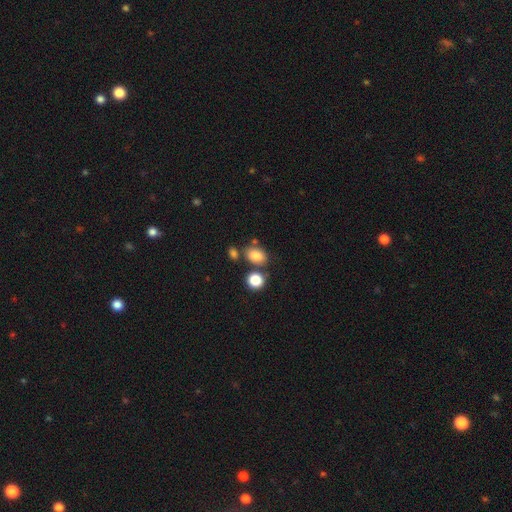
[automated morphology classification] The model was most divided on "how rounded": in between: 69%, round: 30%, cigar-shaped: 1%. More confident: smooth or featured — smooth (82%); merging — none (67%).